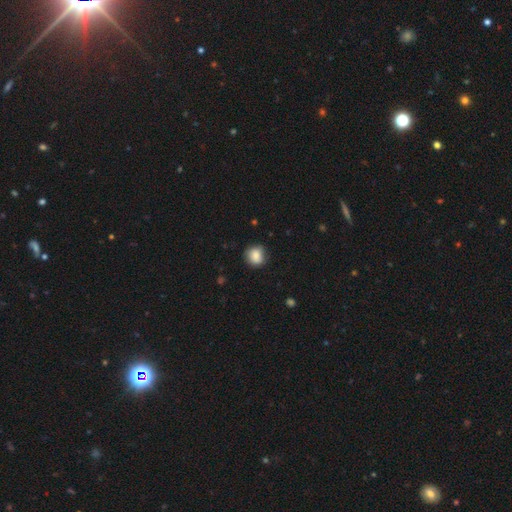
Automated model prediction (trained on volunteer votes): smooth_or_featured: smooth (p=0.83) [alt: star or artifact p=0.09]
how_rounded: round (p=0.82) [alt: in between p=0.17]
merging: none (p=0.80) [alt: minor disturbance p=0.16]